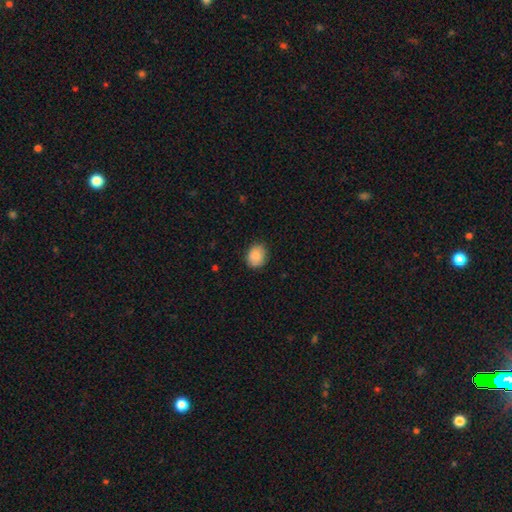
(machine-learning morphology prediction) This is clearly a smooth galaxy (85%). How rounded: possibly round (58%). Merging: clearly none (81%).